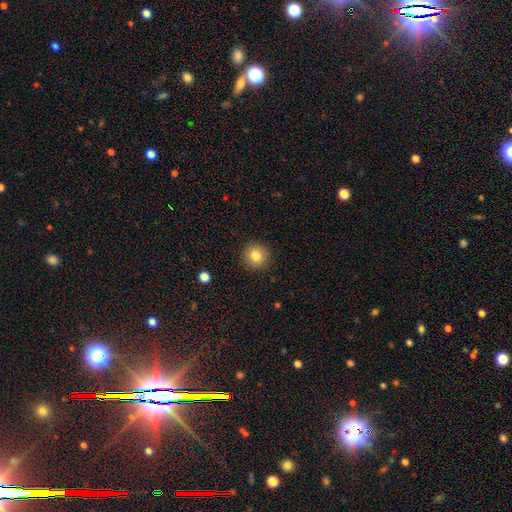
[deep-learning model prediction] A smooth galaxy with no disk features (82%) that is round (94%).

Vote fractions:
- Smooth or featured? smooth: 82% / star or artifact: 10% / featured or disk: 8%
- How rounded? round: 94% / in between: 5% / cigar-shaped: 1%
- Merging? none: 91% / minor disturbance: 6% / major disturbance: 2% / merger: 1%